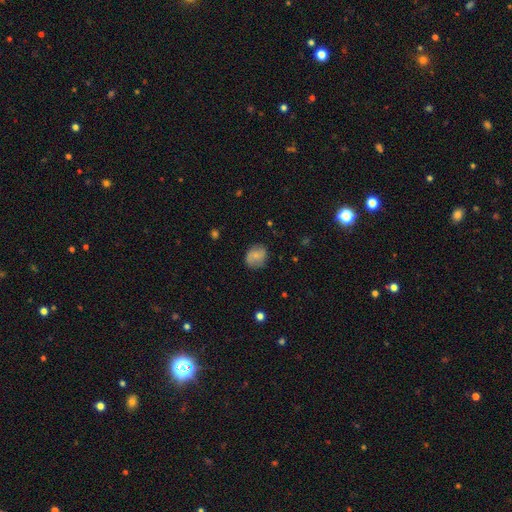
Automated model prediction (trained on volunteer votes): A smooth galaxy with no disk features (61%) that is round (66%). Merging: none (78%).